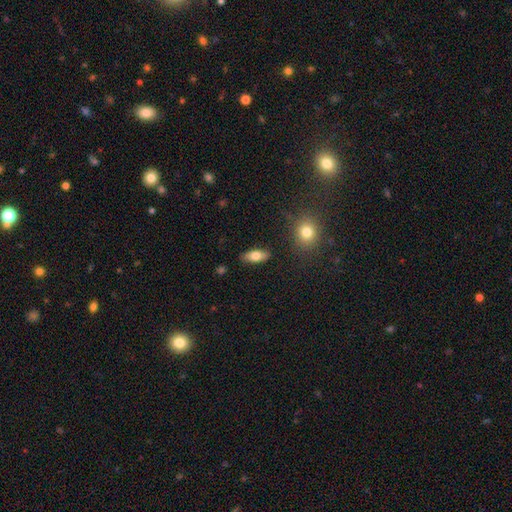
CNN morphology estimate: smooth-or-featured: smooth: 75% | featured or disk: 18% | star or artifact: 7%
  how-rounded: in between: 83% | cigar-shaped: 14% | round: 3%
  merging: none: 86% | minor disturbance: 9% | major disturbance: 2% | merger: 2%